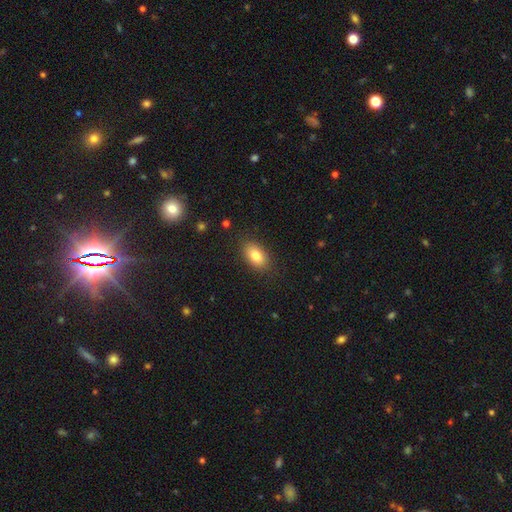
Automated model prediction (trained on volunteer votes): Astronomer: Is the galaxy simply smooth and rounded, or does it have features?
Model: smooth — 82%.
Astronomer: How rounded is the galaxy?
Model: in between — 90%.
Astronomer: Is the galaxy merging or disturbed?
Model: none — 86%.